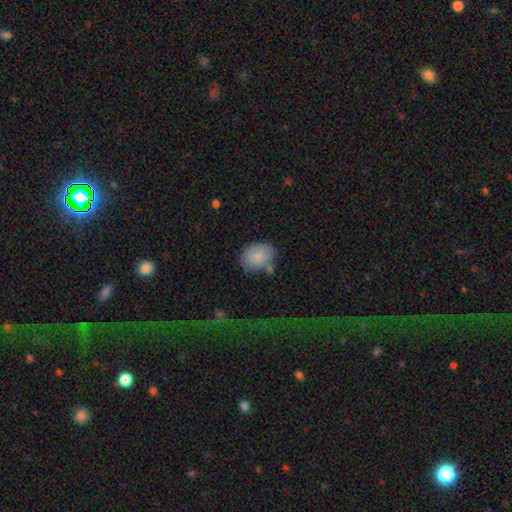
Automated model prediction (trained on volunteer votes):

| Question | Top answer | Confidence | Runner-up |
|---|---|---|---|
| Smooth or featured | smooth | 83% | featured or disk (9%) |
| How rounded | in between | 59% | round (40%) |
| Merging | none | 64% | minor disturbance (21%) |